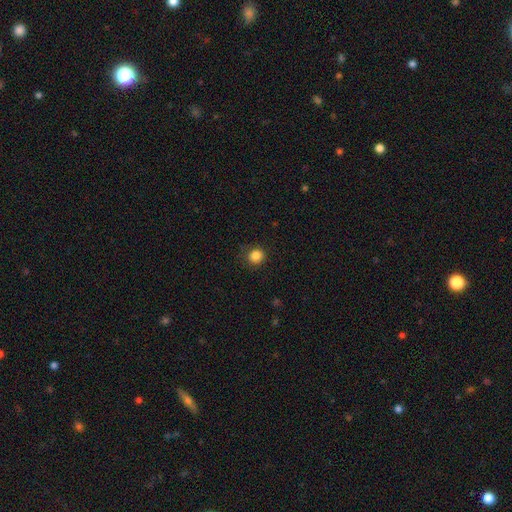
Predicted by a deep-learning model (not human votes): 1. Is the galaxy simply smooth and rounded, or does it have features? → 85% smooth, 11% star or artifact, 4% featured or disk.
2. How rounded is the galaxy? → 91% round, 8% in between, 1% cigar-shaped.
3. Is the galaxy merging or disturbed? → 85% none, 11% minor disturbance, 3% major disturbance, 1% merger.